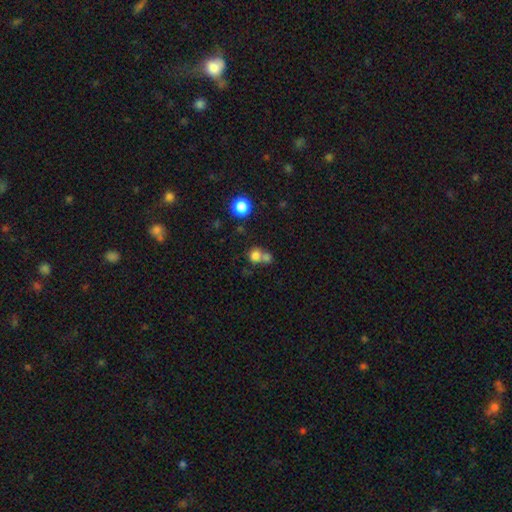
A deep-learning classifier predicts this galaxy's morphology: Smooth or featured?
  - smooth: 75% *
  - star or artifact: 13%
  - featured or disk: 12%
How rounded?
  - round: 81% *
  - in between: 18%
  - cigar-shaped: 1%
Merging?
  - merger: 51% *
  - none: 37%
  - minor disturbance: 7%
  - major disturbance: 4%